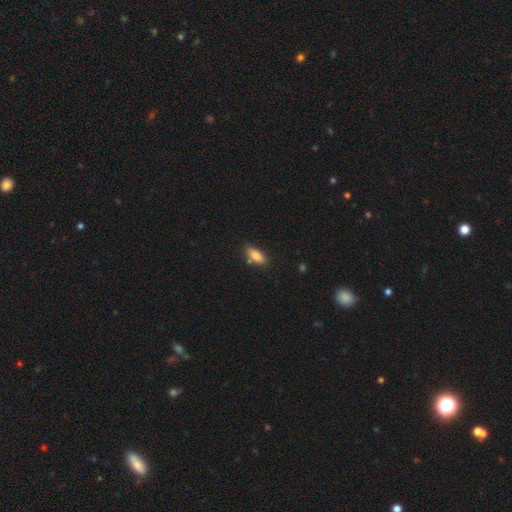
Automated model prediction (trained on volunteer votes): The model was most divided on "merging": none: 75%, minor disturbance: 17%, merger: 4%, major disturbance: 3%. More confident: smooth or featured — smooth (86%); how rounded — in between (82%).